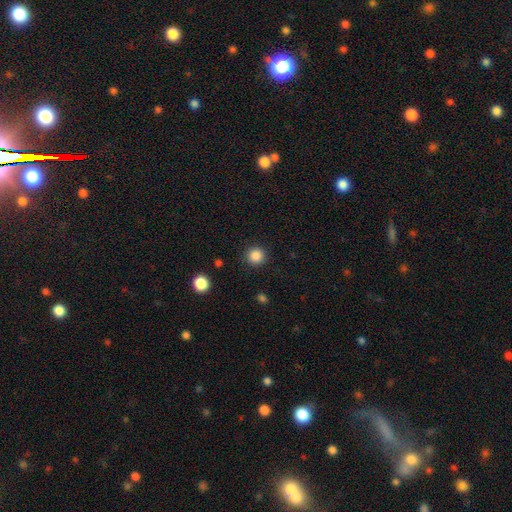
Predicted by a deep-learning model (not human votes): smooth-or-featured: smooth: 85% | star or artifact: 11% | featured or disk: 4%
  how-rounded: round: 95% | in between: 4% | cigar-shaped: 1%
  merging: none: 91% | minor disturbance: 6% | major disturbance: 2% | merger: 1%